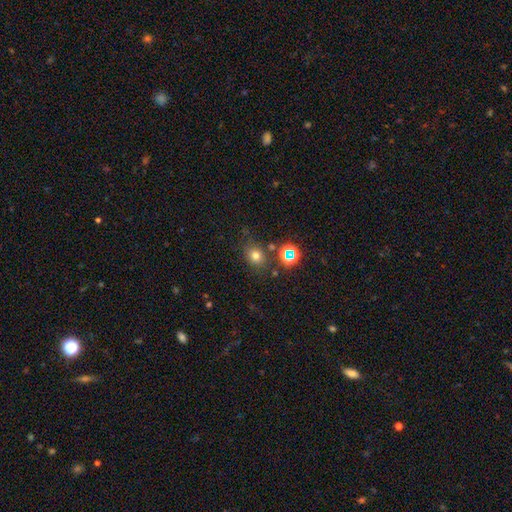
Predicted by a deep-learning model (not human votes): A smooth galaxy with no disk features (70%) that is round (66%).

Vote fractions:
- Smooth or featured? smooth: 70% / star or artifact: 20% / featured or disk: 9%
- How rounded? round: 66% / in between: 33% / cigar-shaped: 1%
- Merging? none: 75% / minor disturbance: 13% / merger: 8% / major disturbance: 5%